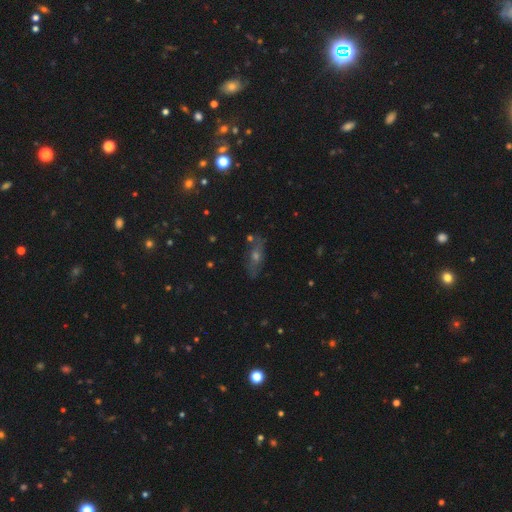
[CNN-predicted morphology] Smooth or featured?
  - featured or disk: 43% *
  - smooth: 34%
  - star or artifact: 22%
Merging?
  - none: 75% *
  - minor disturbance: 15%
  - major disturbance: 6%
  - merger: 4%